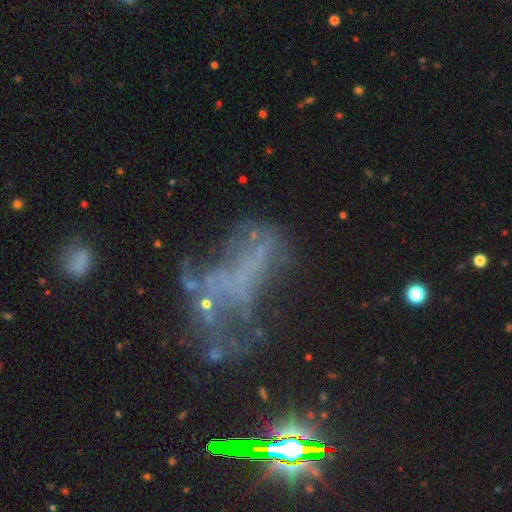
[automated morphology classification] Smooth or featured? Predicted: featured or disk (p=0.54). Edge-on disk? Predicted: no (p=0.95). Bar? Predicted: no (p=0.88). Spiral arms? Predicted: no (p=0.90). Bulge size? Predicted: none (p=0.86). Merging? Predicted: major disturbance (p=0.45).